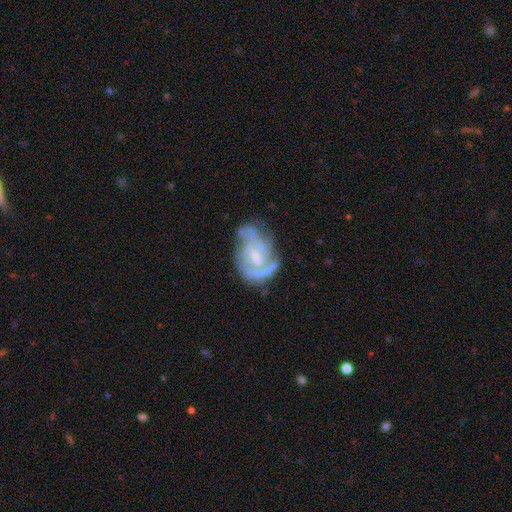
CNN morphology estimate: The model was most divided on "spiral arm count": 2: 34%, can't tell: 32%, 3: 18%, 1: 7%, 4: 5%, more than 4: 4%. Remaining: edge-on disk — no (97%); spiral arms — yes (85%); smooth or featured — featured or disk (80%); bulge size — small (50%); merging — none (50%); bar — weak (49%); spiral winding — tight (45%).